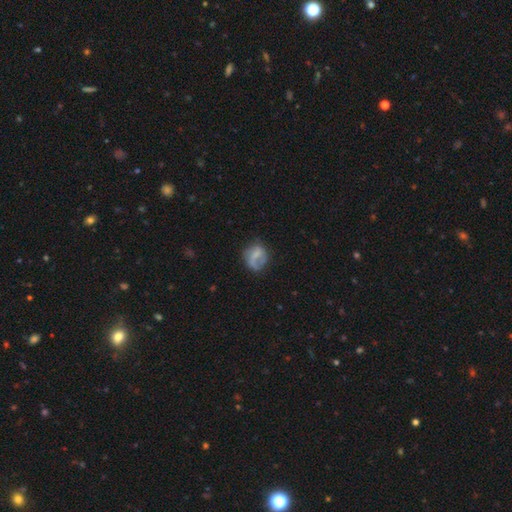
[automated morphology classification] smooth-or-featured: smooth: 57% | featured or disk: 34% | star or artifact: 9%
  how-rounded: round: 68% | in between: 31% | cigar-shaped: 1%
  merging: none: 50% | minor disturbance: 27% | major disturbance: 21% | merger: 3%